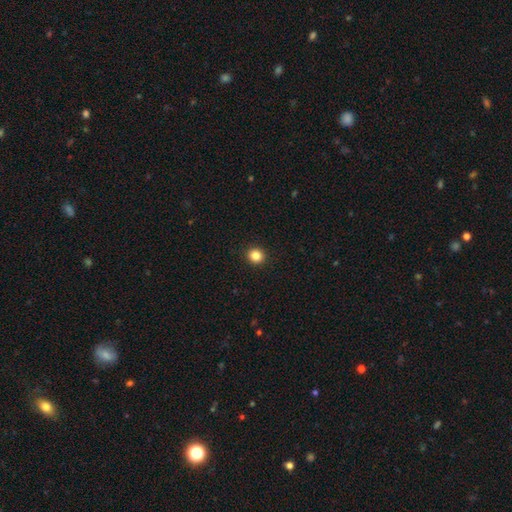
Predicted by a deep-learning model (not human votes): smooth_or_featured: smooth (p=0.85) [alt: star or artifact p=0.11]
how_rounded: round (p=0.92) [alt: in between p=0.07]
merging: none (p=0.93) [alt: minor disturbance p=0.04]